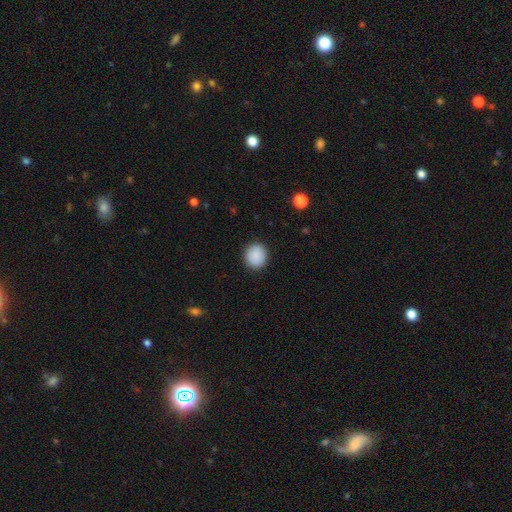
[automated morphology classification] Smooth or featured?
  - smooth: 89% *
  - star or artifact: 8%
  - featured or disk: 3%
How rounded?
  - round: 77% *
  - in between: 22%
  - cigar-shaped: 1%
Merging?
  - none: 90% *
  - minor disturbance: 7%
  - major disturbance: 2%
  - merger: 1%